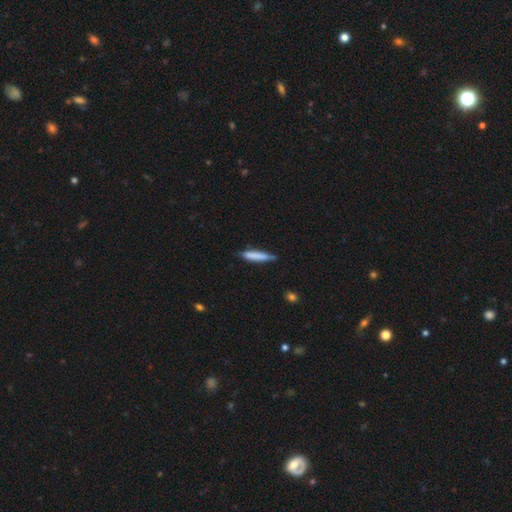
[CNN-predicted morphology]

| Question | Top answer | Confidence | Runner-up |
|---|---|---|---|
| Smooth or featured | smooth | 78% | featured or disk (16%) |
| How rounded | cigar-shaped | 88% | in between (10%) |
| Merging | none | 72% | minor disturbance (22%) |